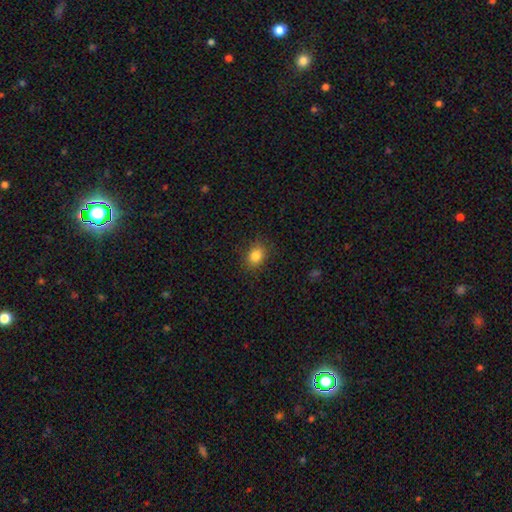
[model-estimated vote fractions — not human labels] smooth-or-featured: smooth: 84% | star or artifact: 11% | featured or disk: 6%
  how-rounded: in between: 50% | round: 49% | cigar-shaped: 1%
  merging: none: 86% | minor disturbance: 10% | major disturbance: 3% | merger: 1%